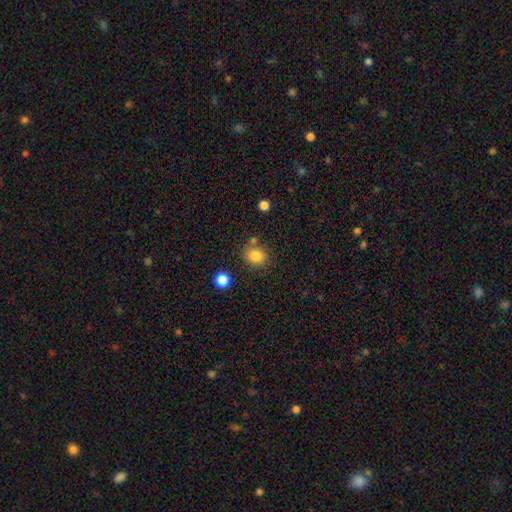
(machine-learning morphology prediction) Smooth or featured? smooth (84%)
How rounded? round (67%)
Merging? none (74%)